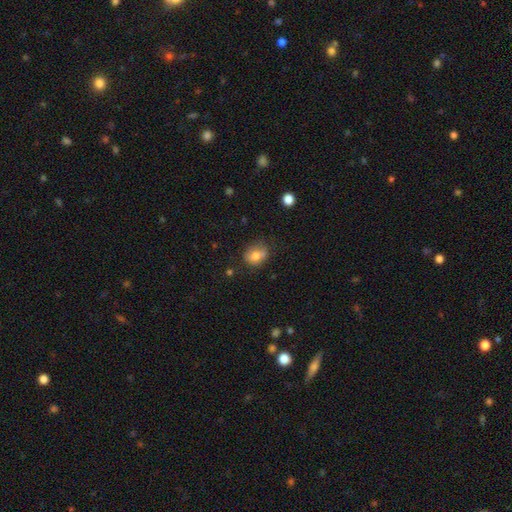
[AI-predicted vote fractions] Overall: smooth (74%). How rounded: round (50%; in between 49%). Merging: none (66%).